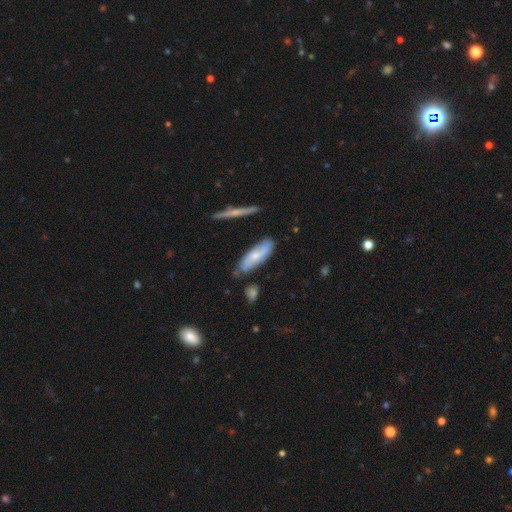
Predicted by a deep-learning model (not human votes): smooth_or_featured: featured or disk (p=0.49) [alt: smooth p=0.45]
merging: none (p=0.69) [alt: minor disturbance p=0.21]